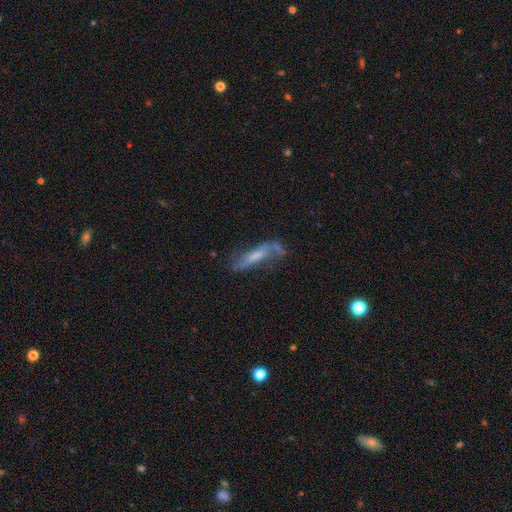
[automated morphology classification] smooth-or-featured: featured or disk: 59% | smooth: 32% | star or artifact: 10%
  disk-edge-on: no: 65% | yes: 35%
  merging: none: 48% | minor disturbance: 25% | major disturbance: 20% | merger: 7%